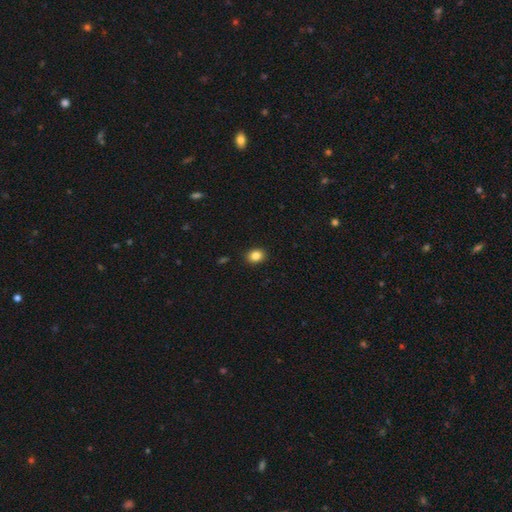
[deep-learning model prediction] Smooth or featured?
  - smooth: 85% *
  - star or artifact: 10%
  - featured or disk: 5%
How rounded?
  - in between: 51% *
  - round: 48%
  - cigar-shaped: 1%
Merging?
  - none: 90% *
  - minor disturbance: 7%
  - major disturbance: 2%
  - merger: 1%